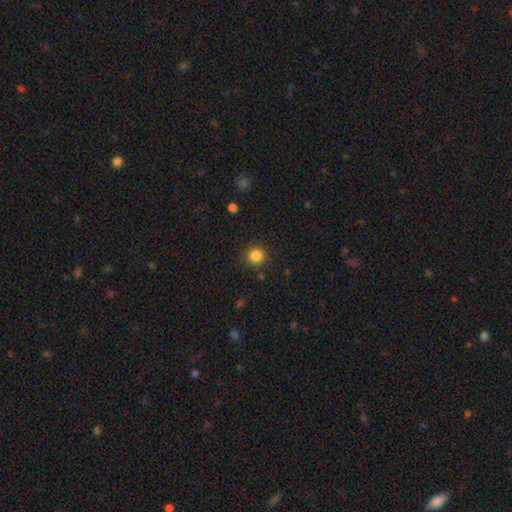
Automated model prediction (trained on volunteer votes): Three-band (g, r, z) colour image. It shows a smooth galaxy with no disk features (85%) that is round (93%). Merging: none (89%).